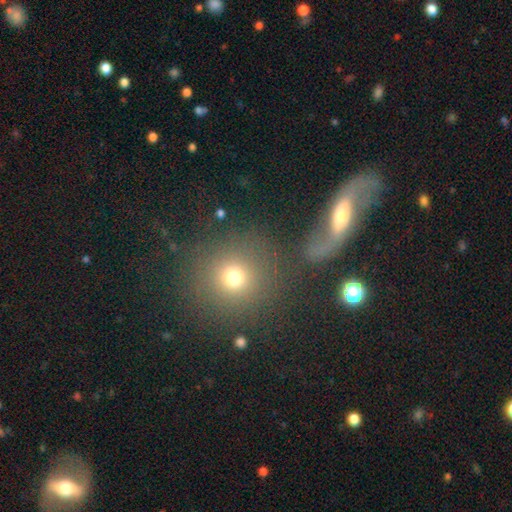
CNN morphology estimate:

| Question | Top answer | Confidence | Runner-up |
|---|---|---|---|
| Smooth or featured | smooth | 59% | featured or disk (21%) |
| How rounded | round | 89% | in between (9%) |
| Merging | none | 79% | minor disturbance (9%) |